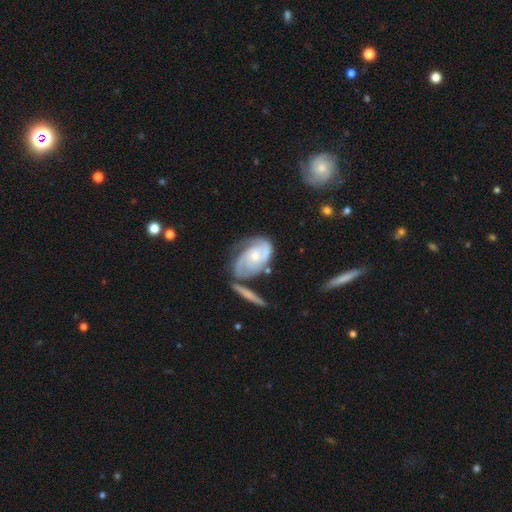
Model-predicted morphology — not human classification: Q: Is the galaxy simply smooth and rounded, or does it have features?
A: featured or disk — 81%.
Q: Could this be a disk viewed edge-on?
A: no — 96%.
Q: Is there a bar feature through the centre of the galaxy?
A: no — 66%.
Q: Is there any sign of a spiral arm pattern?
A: yes — 94%.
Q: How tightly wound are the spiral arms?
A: tight — 49%.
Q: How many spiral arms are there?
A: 2 — 60%.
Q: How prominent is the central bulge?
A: small — 53%.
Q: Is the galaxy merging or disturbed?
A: none — 45%.